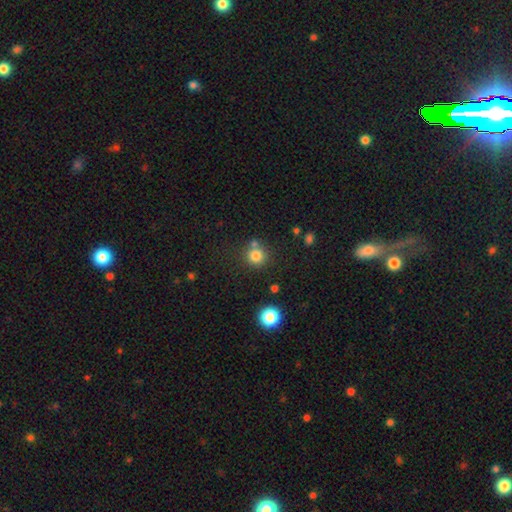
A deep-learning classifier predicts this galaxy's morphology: Overall: smooth (80%). How rounded: round (92%). Merging: none (70%).